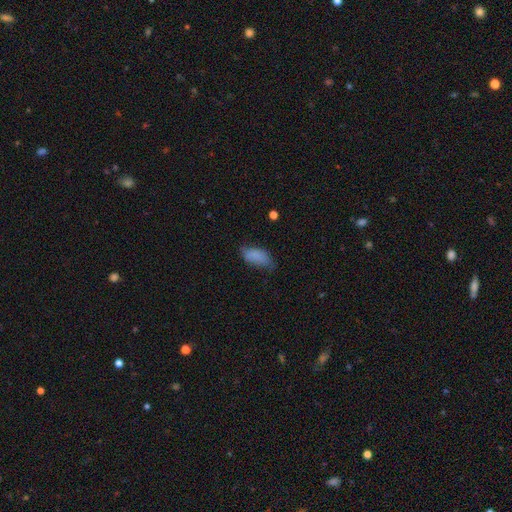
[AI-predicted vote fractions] A smooth galaxy with no disk features (82%) that is in between round and cigar-shaped (90%). Merging: none (52%).